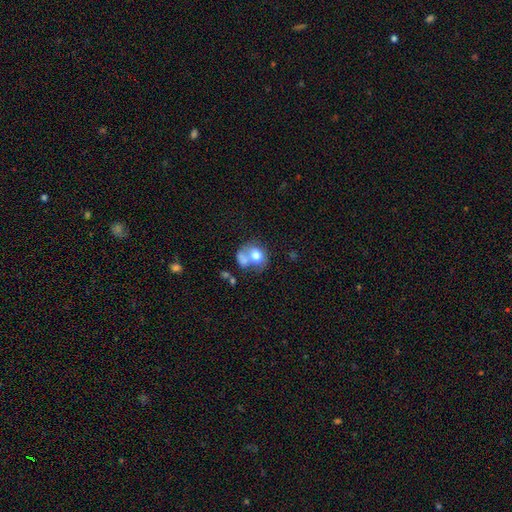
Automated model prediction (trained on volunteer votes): smooth 68%, featured or disk 23%, star or artifact 9%. Down the decision tree: how rounded — in between (51%); merging — merger (54%).